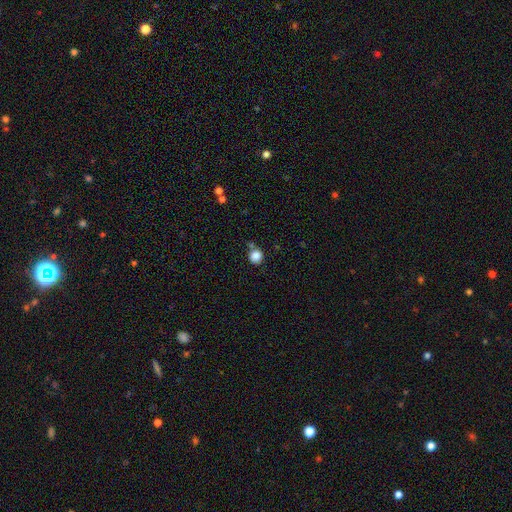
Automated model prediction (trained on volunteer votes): A smooth galaxy with no disk features (85%) that is round (87%). Merging: none (68%).